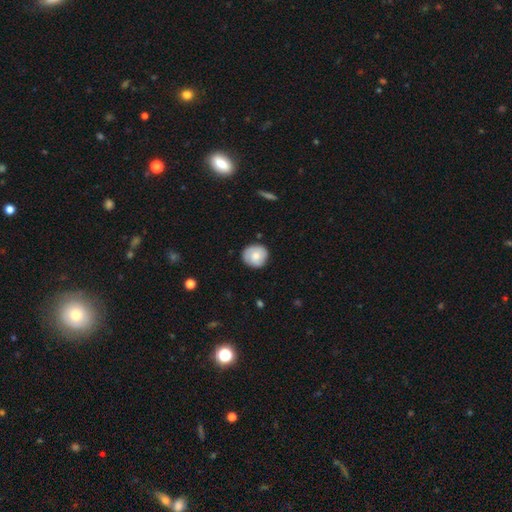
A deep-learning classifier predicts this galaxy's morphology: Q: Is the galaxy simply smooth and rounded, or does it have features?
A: smooth — 67%.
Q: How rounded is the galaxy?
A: round — 88%.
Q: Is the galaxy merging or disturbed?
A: none — 80%.